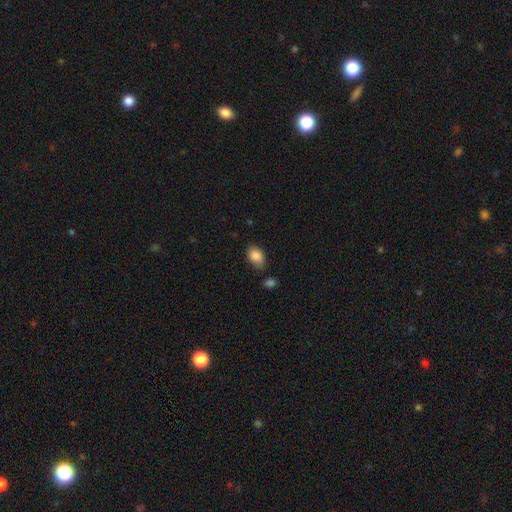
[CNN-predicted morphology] smooth-or-featured: smooth: 86% | star or artifact: 8% | featured or disk: 6%
  how-rounded: in between: 79% | round: 20% | cigar-shaped: 1%
  merging: none: 72% | minor disturbance: 20% | merger: 4% | major disturbance: 4%